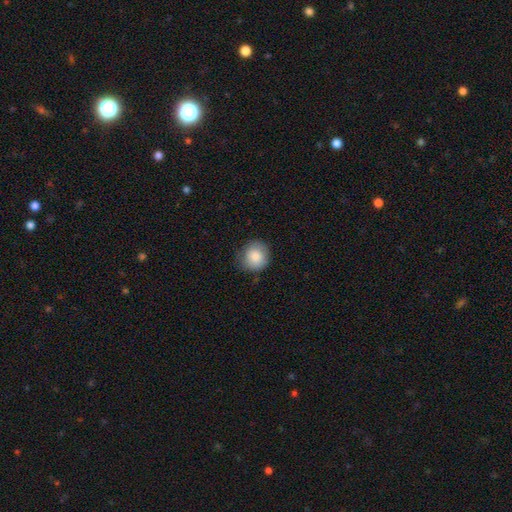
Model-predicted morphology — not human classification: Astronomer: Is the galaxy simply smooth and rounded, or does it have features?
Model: smooth — 86%.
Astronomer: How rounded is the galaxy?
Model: round — 88%.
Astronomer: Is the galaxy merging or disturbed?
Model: none — 77%.